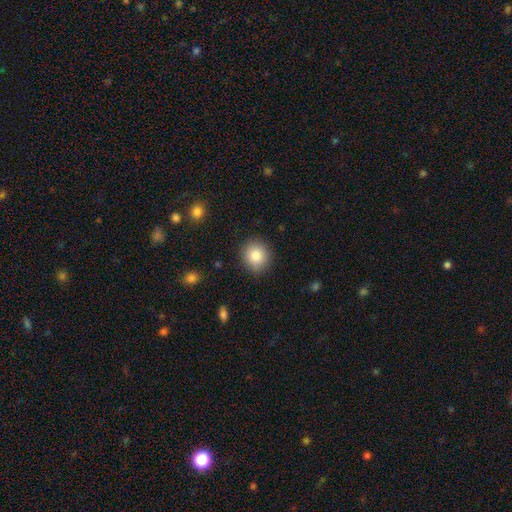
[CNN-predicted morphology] Smooth or featured?
  - smooth: 84% *
  - star or artifact: 9%
  - featured or disk: 7%
How rounded?
  - round: 89% *
  - in between: 10%
  - cigar-shaped: 1%
Merging?
  - none: 88% *
  - minor disturbance: 8%
  - major disturbance: 2%
  - merger: 1%